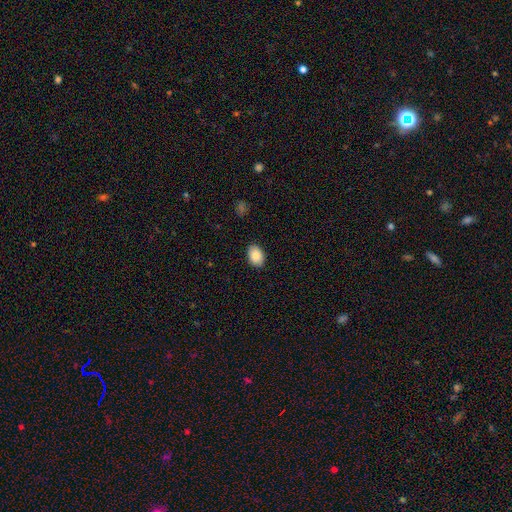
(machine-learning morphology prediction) Smooth or featured?
  - smooth: 86% *
  - star or artifact: 7%
  - featured or disk: 7%
How rounded?
  - in between: 83% *
  - round: 16%
  - cigar-shaped: 1%
Merging?
  - none: 88% *
  - minor disturbance: 9%
  - major disturbance: 2%
  - merger: 1%